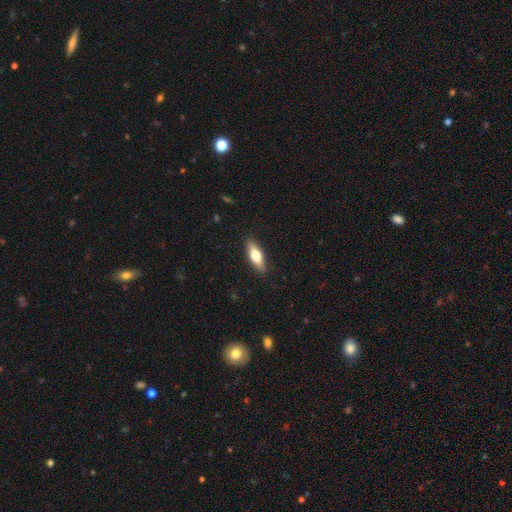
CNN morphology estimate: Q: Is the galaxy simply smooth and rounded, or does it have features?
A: smooth — 65%.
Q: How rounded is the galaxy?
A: in between — 57%.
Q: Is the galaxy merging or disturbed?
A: none — 88%.